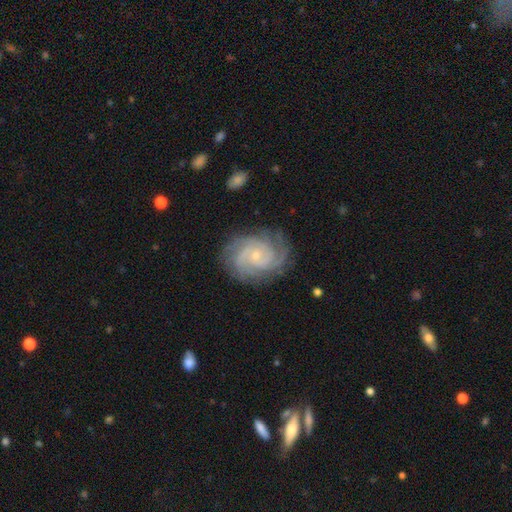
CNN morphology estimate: A featured or disk galaxy (86%) with no bar (73%), 3 (26%) tight (65%) spiral arms (97%) and a small central bulge (80%). Merging: none (79%).